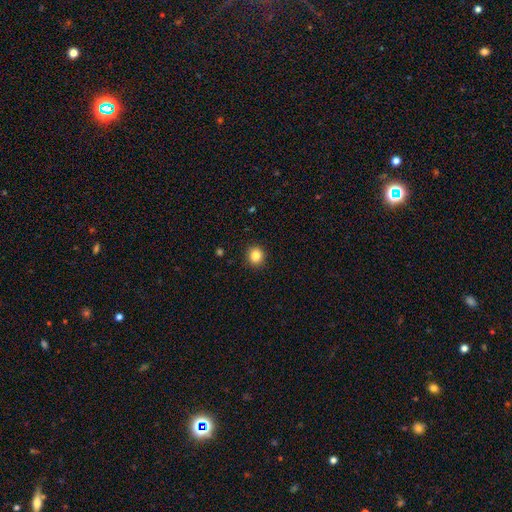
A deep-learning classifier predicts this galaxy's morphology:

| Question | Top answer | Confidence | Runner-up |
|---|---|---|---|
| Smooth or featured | smooth | 85% | star or artifact (10%) |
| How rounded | round | 87% | in between (12%) |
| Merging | none | 92% | minor disturbance (6%) |